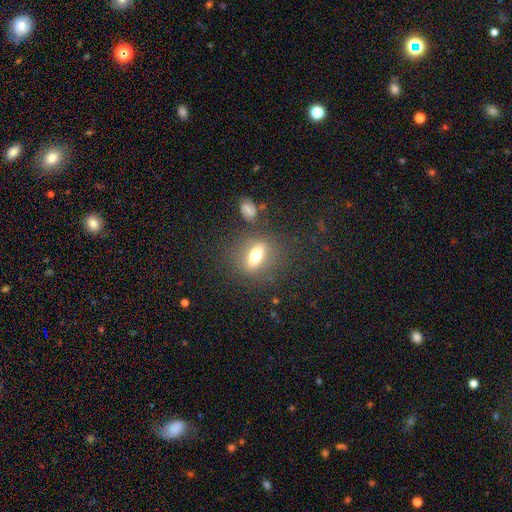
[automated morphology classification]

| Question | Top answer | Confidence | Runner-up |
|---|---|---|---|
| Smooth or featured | smooth | 61% | featured or disk (28%) |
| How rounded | in between | 66% | round (18%) |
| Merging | none | 77% | minor disturbance (12%) |